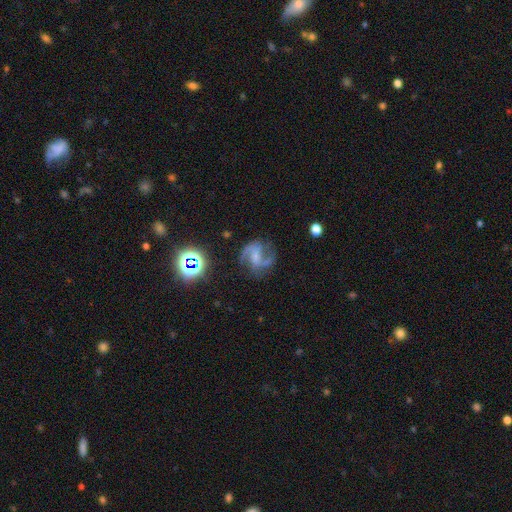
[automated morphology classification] type=featured or disk (82%); edge-on=no (98%); bar=weak (45%); spiral arms=yes (96%); winding=medium (54%); arm count=2 (86%); bulge=small (39%); merging=none (67%).